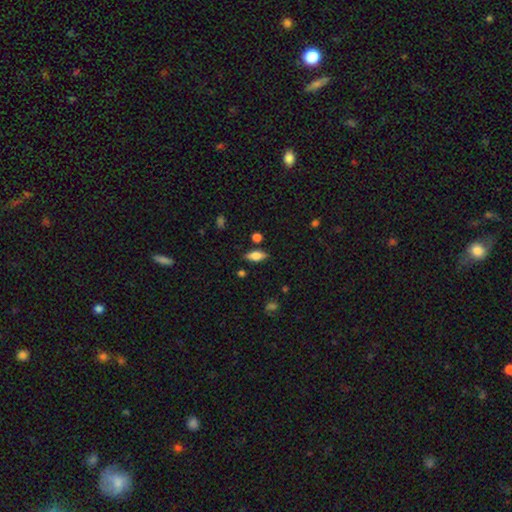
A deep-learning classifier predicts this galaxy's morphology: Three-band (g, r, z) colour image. It shows a smooth galaxy with no disk features (77%) that is in between round and cigar-shaped (81%). Merging: none (81%).